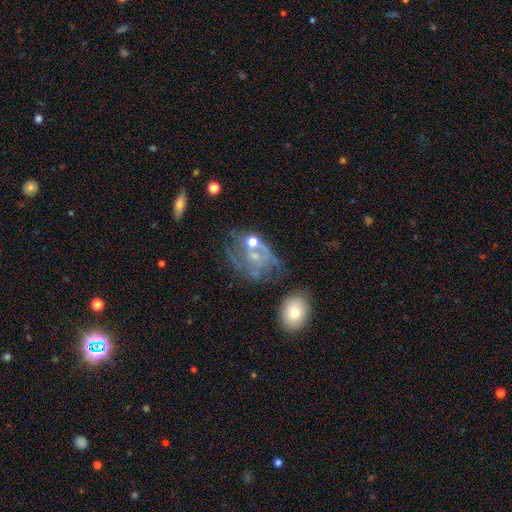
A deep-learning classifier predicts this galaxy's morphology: Smooth or featured: featured or disk — 64% (smooth — 21%)
Edge-on disk: no — 97% (yes — 3%)
Bar: no — 75% (weak — 20%)
Spiral arms: yes — 54% (no — 46%)
Bulge size: small — 54% (moderate — 29%)
Merging: none — 38% (major disturbance — 28%)